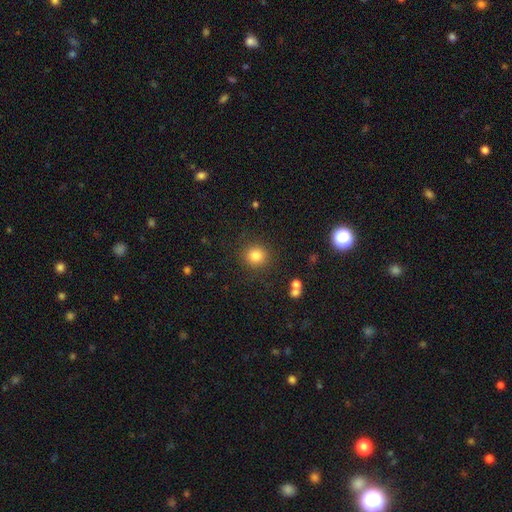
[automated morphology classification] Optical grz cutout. It shows a smooth galaxy with no disk features (82%) that is round (89%). Merging: none (87%).